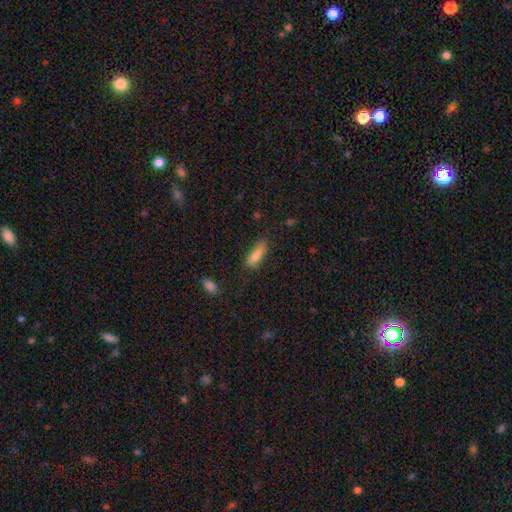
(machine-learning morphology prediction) Smooth or featured? Predicted: smooth (p=0.81). How rounded? Predicted: in between (p=0.59). Merging? Predicted: none (p=0.67).